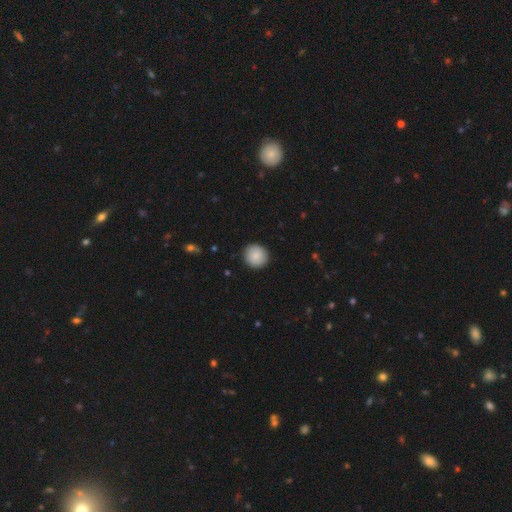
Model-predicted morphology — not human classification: smooth-or-featured: smooth: 88% | star or artifact: 7% | featured or disk: 6%
  how-rounded: round: 93% | in between: 6% | cigar-shaped: 1%
  merging: none: 92% | minor disturbance: 6% | major disturbance: 2% | merger: 1%